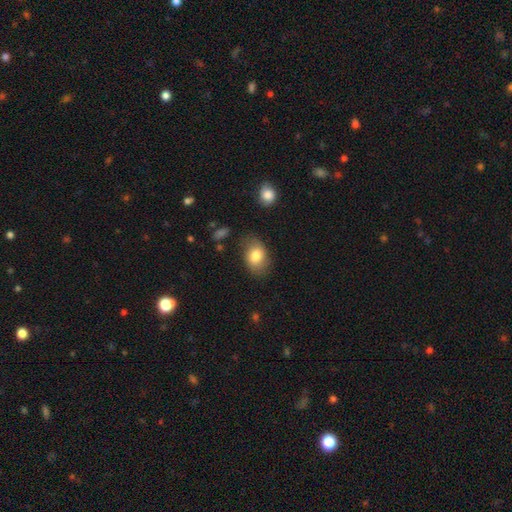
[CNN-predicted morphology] Smooth or featured? smooth (80%)
How rounded? in between (79%)
Merging? none (74%)